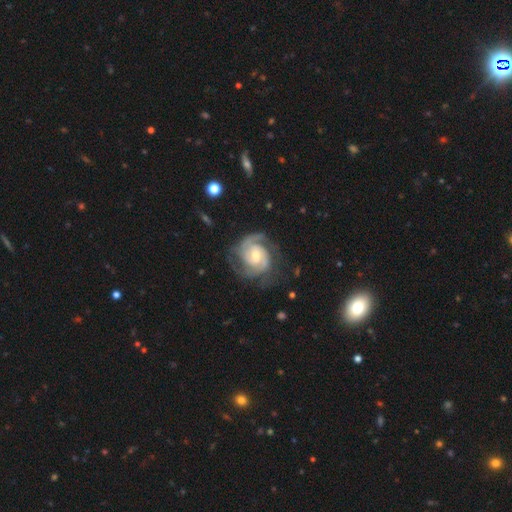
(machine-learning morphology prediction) Smooth or featured? Predicted: featured or disk (p=0.91). Edge-on disk? Predicted: no (p=0.98). Bar? Predicted: weak (p=0.47). Spiral arms? Predicted: yes (p=0.98). Spiral winding? Predicted: tight (p=0.56). Spiral arm count? Predicted: 2 (p=0.55). Bulge size? Predicted: moderate (p=0.58). Merging? Predicted: none (p=0.71).